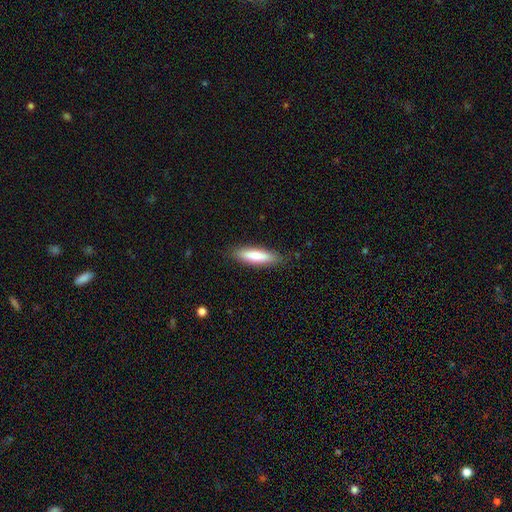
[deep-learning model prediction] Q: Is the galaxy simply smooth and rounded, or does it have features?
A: smooth — 78%.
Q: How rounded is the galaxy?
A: cigar-shaped — 68%.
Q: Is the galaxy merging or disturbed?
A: none — 85%.